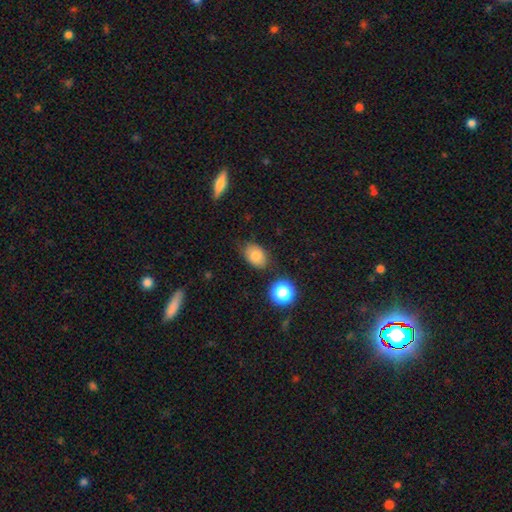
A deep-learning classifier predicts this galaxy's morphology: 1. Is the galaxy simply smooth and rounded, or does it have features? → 80% smooth, 10% star or artifact, 10% featured or disk.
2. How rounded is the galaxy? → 79% in between, 19% round, 1% cigar-shaped.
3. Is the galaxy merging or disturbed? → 75% none, 18% minor disturbance, 4% major disturbance, 3% merger.